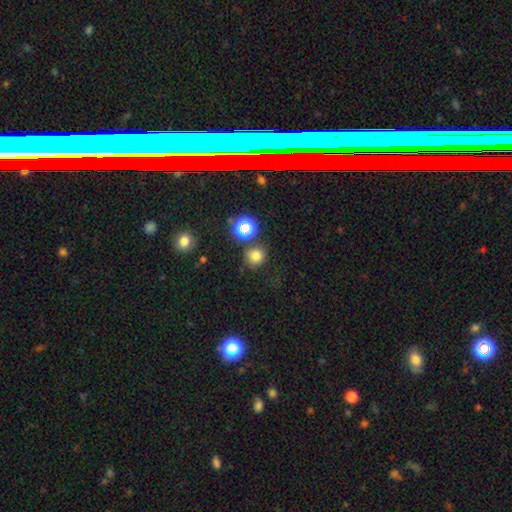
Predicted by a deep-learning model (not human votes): This appears to be a smooth galaxy with no disk features (73%) that is round (86%). Merging: none (75%).